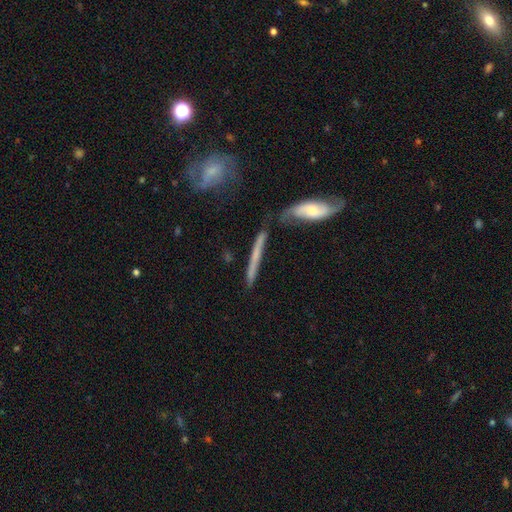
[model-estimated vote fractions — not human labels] smooth_or_featured: featured or disk (p=0.52) [alt: smooth p=0.38]
disk_edge_on: yes (p=0.80) [alt: no p=0.20]
merging: none (p=0.66) [alt: minor disturbance p=0.16]